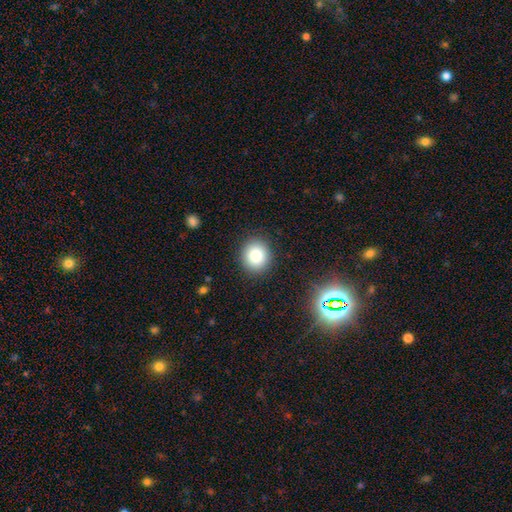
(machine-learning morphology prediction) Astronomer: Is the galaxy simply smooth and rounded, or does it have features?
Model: smooth — 81%.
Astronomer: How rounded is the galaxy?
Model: round — 84%.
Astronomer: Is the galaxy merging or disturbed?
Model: none — 90%.